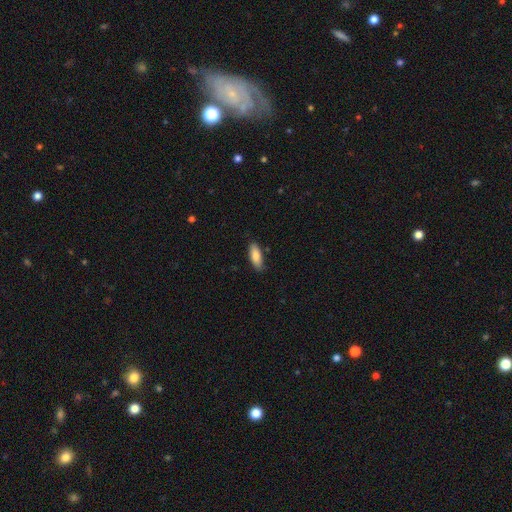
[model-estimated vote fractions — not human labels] Smooth or featured? smooth (85%)
How rounded? in between (69%)
Merging? none (82%)